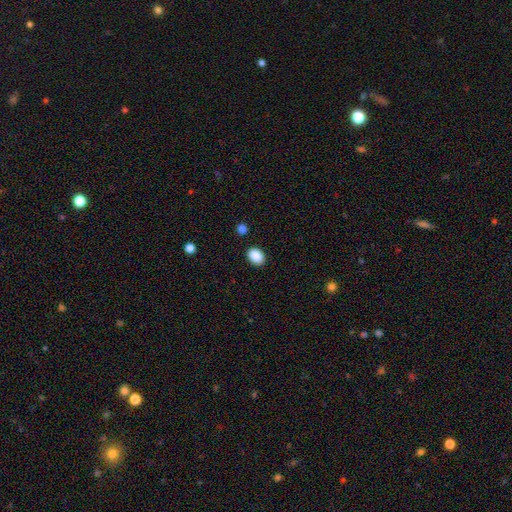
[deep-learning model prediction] Smooth or featured? smooth (89%)
How rounded? in between (71%)
Merging? none (89%)